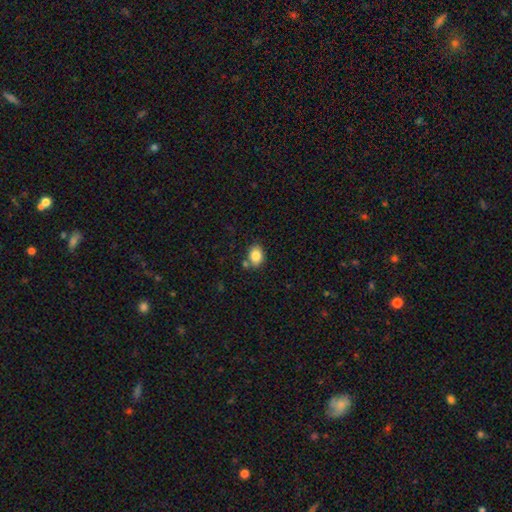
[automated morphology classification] The model was most divided on "how rounded": in between: 68%, round: 31%, cigar-shaped: 1%. More confident: smooth or featured — smooth (85%); merging — none (74%).